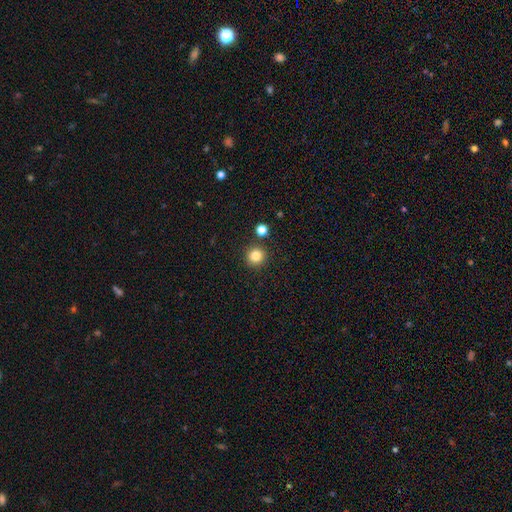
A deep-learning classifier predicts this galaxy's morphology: Smooth or featured: smooth — 83% (star or artifact — 12%)
How rounded: round — 94% (in between — 5%)
Merging: none — 88% (minor disturbance — 6%)